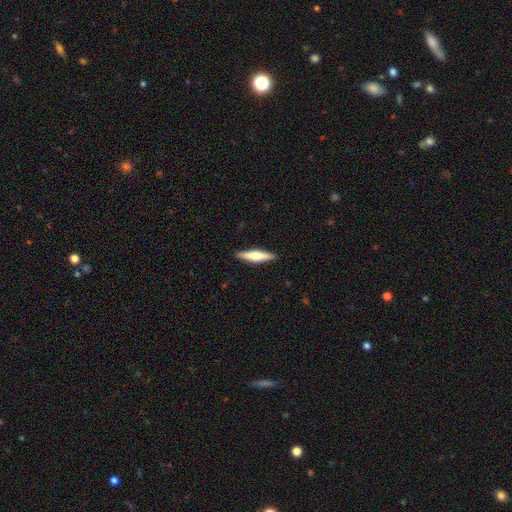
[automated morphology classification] This appears to be a smooth galaxy with no disk features (51%) that is cigar-shaped (83%). Merging: none (90%).